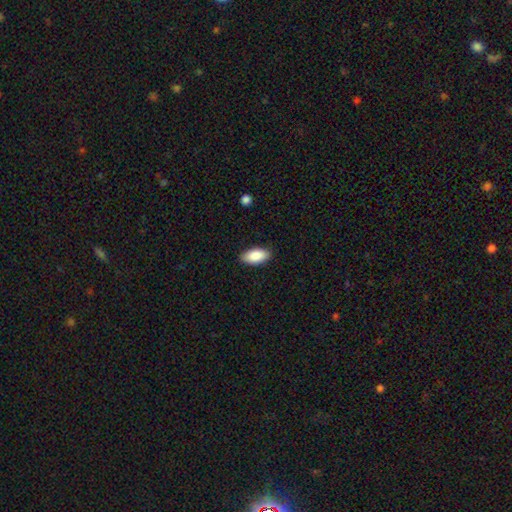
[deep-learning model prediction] Smooth or featured? Predicted: smooth (p=0.88). How rounded? Predicted: in between (p=0.93). Merging? Predicted: none (p=0.88).